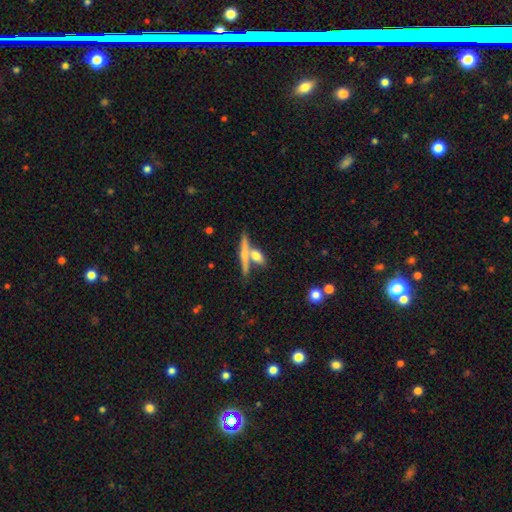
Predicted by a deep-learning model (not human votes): This is likely a smooth galaxy (62%). How rounded: possibly cigar-shaped (54%). Merging: possibly none (52%).